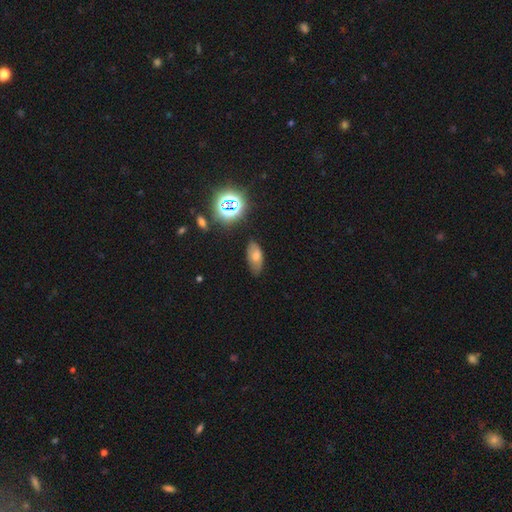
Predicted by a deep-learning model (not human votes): Smooth or featured? Predicted: smooth (p=0.52). How rounded? Predicted: in between (p=0.87). Merging? Predicted: none (p=0.75).